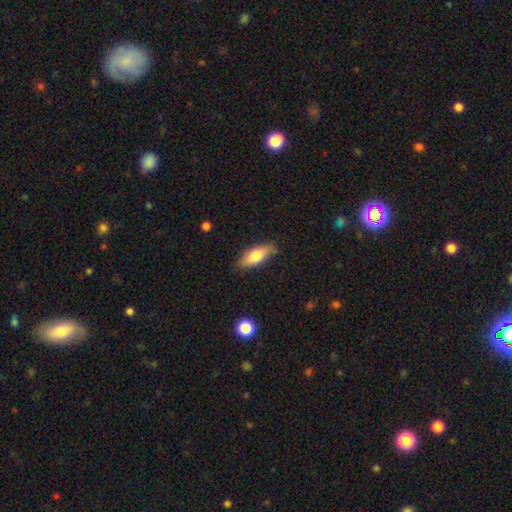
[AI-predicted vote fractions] The model was most divided on "smooth or featured": smooth: 72%, featured or disk: 22%, star or artifact: 6%. More confident: merging — none (81%); how rounded — in between (76%).